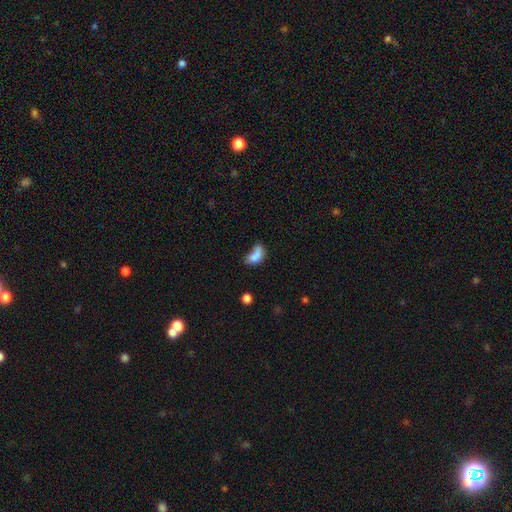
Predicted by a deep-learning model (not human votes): A smooth galaxy with no disk features (72%) that is in between round and cigar-shaped (83%). Merging: merger (29%).